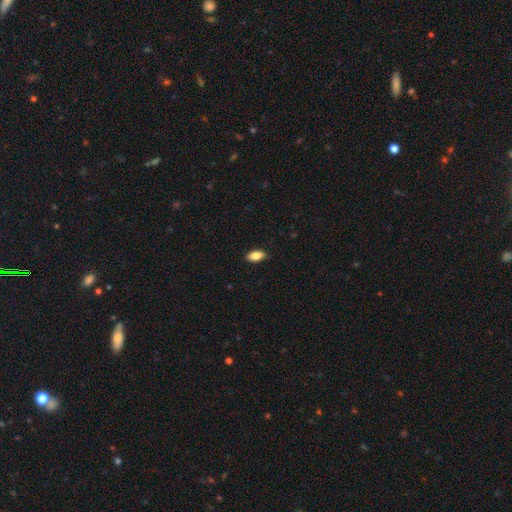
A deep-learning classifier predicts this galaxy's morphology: smooth-or-featured: smooth: 85% | featured or disk: 8% | star or artifact: 7%
  how-rounded: in between: 91% | cigar-shaped: 6% | round: 4%
  merging: none: 89% | minor disturbance: 8% | major disturbance: 2% | merger: 1%